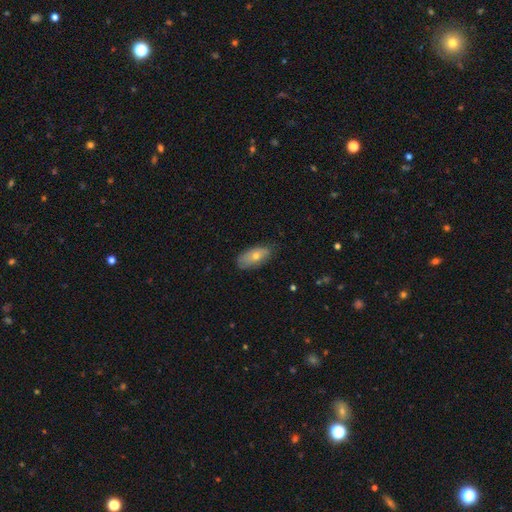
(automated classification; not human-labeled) Smooth or featured?
  - smooth: 61% *
  - featured or disk: 32%
  - star or artifact: 8%
How rounded?
  - in between: 84% *
  - cigar-shaped: 12%
  - round: 4%
Merging?
  - none: 76% *
  - minor disturbance: 19%
  - major disturbance: 3%
  - merger: 1%